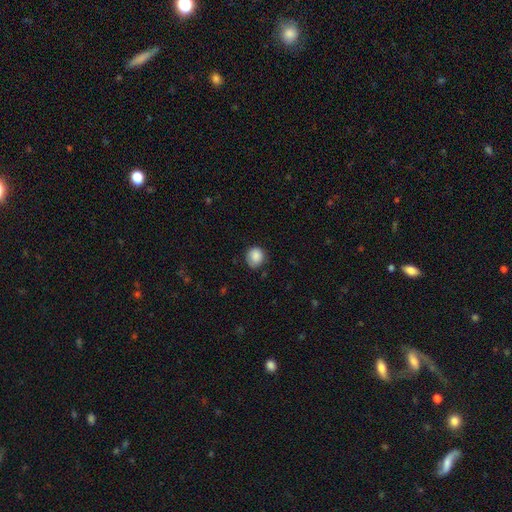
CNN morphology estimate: A smooth galaxy with no disk features (85%) that is round (80%). Merging: none (70%).